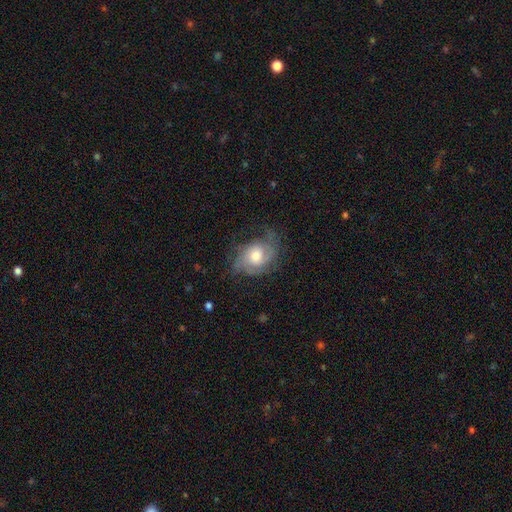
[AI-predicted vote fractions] Smooth or featured: featured or disk — 60% (smooth — 32%)
Edge-on disk: no — 96% (yes — 4%)
Bar: no — 74% (weak — 22%)
Spiral arms: yes — 84% (no — 16%)
Bulge size: moderate — 58% (large — 27%)
Merging: none — 54% (minor disturbance — 26%)